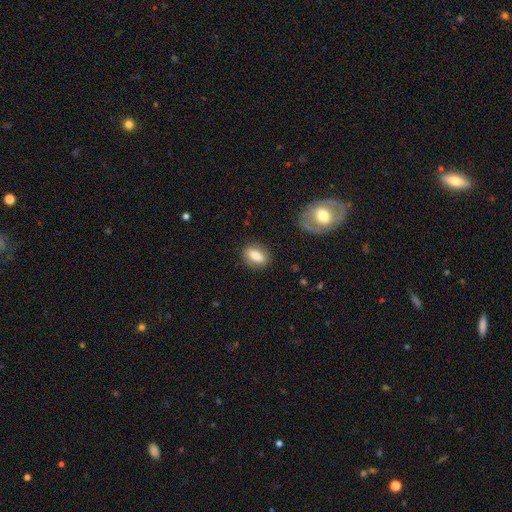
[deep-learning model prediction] Smooth or featured?
  - smooth: 68% *
  - featured or disk: 24%
  - star or artifact: 7%
How rounded?
  - in between: 75% *
  - round: 17%
  - cigar-shaped: 8%
Merging?
  - none: 85% *
  - minor disturbance: 10%
  - major disturbance: 3%
  - merger: 2%